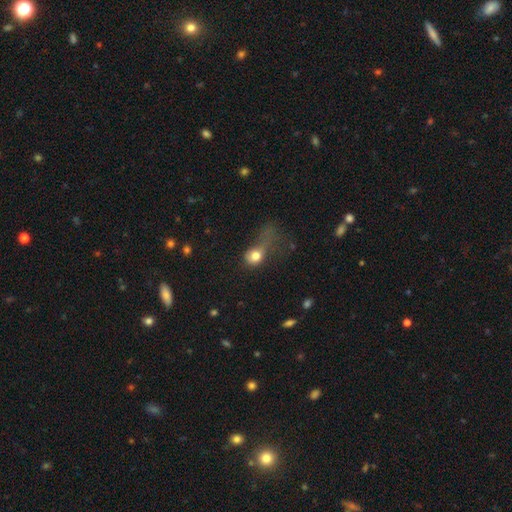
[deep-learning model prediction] smooth_or_featured: smooth (p=0.75) [alt: featured or disk p=0.15]
how_rounded: round (p=0.54) [alt: in between p=0.43]
merging: major disturbance (p=0.62) [alt: minor disturbance p=0.17]